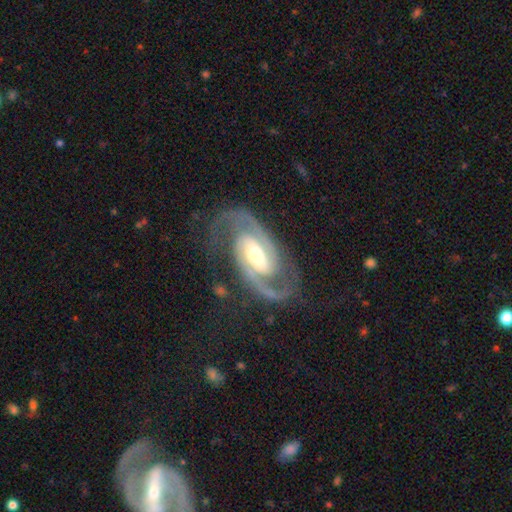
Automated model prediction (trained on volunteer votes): Overall: featured or disk (93%). Edge-on disk: no (97%). Bar: weak (41%; strong 33%). Spiral arms: yes (98%). Spiral arm count: 2 (93%). Spiral winding: medium (55%; tight 34%). Bulge size: moderate (58%; small 23%). Merging: none (76%).